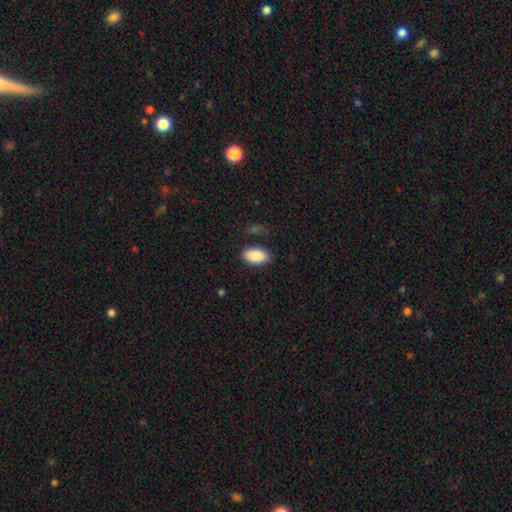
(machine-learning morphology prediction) Smooth or featured: smooth — 88% (star or artifact — 7%)
How rounded: in between — 94% (round — 5%)
Merging: none — 80% (minor disturbance — 13%)